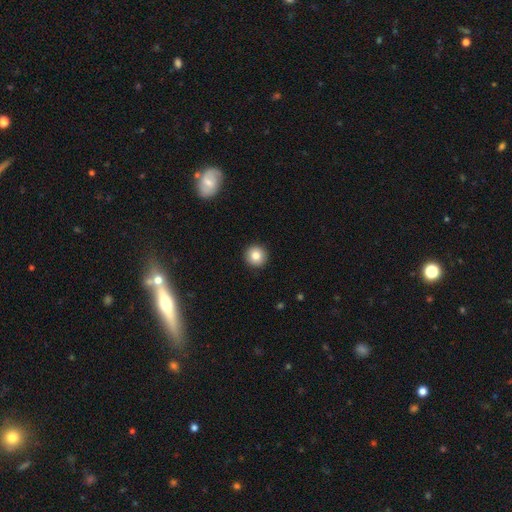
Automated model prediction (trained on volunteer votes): Smooth or featured? smooth (83%)
How rounded? round (95%)
Merging? none (93%)